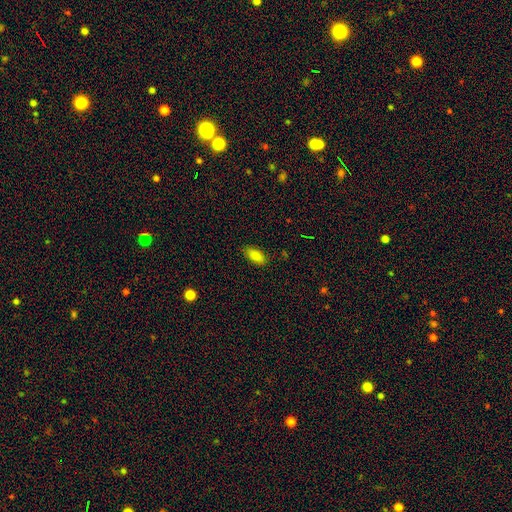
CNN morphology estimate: The model was most divided on "merging": none: 86%, minor disturbance: 11%, major disturbance: 2%, merger: 1%. More confident: how rounded — in between (90%); smooth or featured — smooth (84%).